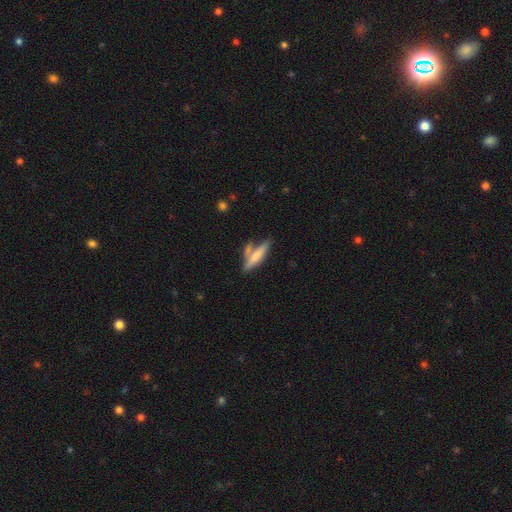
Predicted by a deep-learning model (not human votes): This is likely a smooth galaxy (61%). How rounded: likely cigar-shaped (78%). Merging: possibly none (55%).